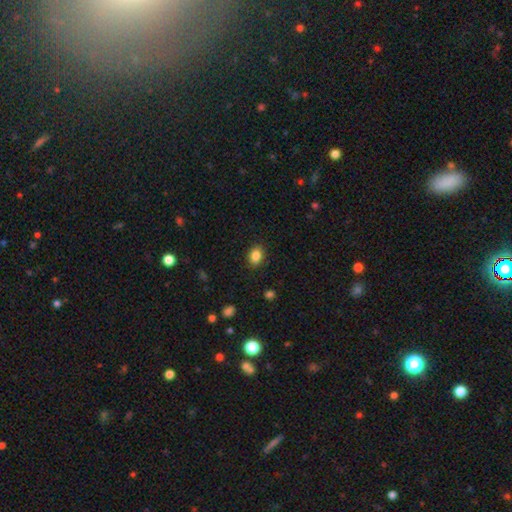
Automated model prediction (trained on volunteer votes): smooth 86%, star or artifact 9%, featured or disk 5%. Down the decision tree: how rounded — in between (71%); merging — none (88%).